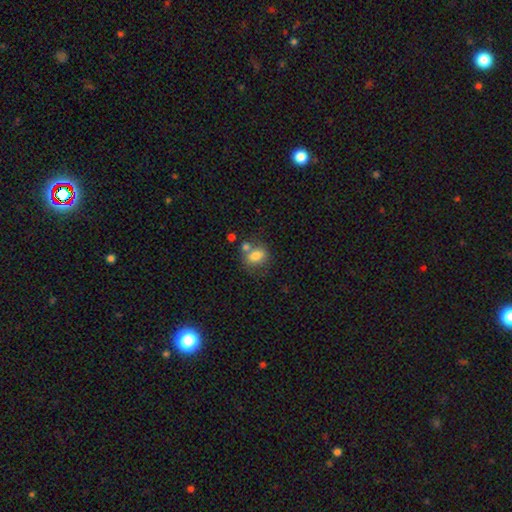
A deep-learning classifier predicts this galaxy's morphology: This appears to be a smooth galaxy with no disk features (77%) that is in between round and cigar-shaped (51%). Merging: none (52%).